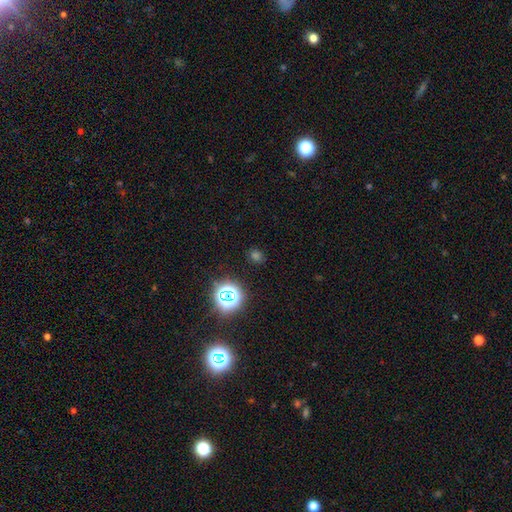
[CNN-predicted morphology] smooth_or_featured: smooth (p=0.51) [alt: star or artifact p=0.43]
how_rounded: round (p=0.72) [alt: in between p=0.26]
merging: none (p=0.85) [alt: minor disturbance p=0.09]